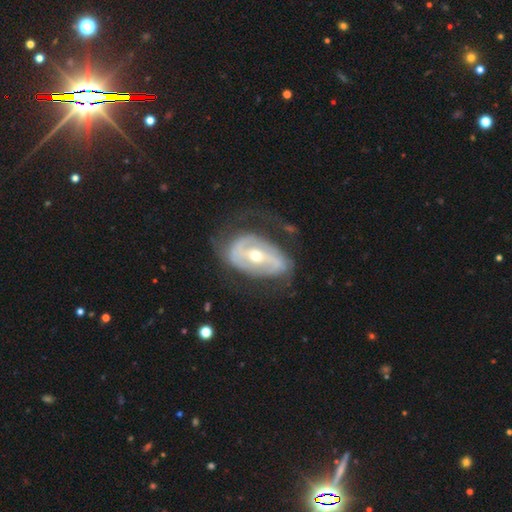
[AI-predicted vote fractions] smooth_or_featured: featured or disk (p=0.82) [alt: smooth p=0.12]
disk_edge_on: no (p=0.94) [alt: yes p=0.06]
bar: strong (p=0.43) [alt: weak p=0.34]
has_spiral_arms: yes (p=0.80) [alt: no p=0.20]
spiral_winding: tight (p=0.40) [alt: medium p=0.37]
spiral_arm_count: 2 (p=0.61) [alt: can't tell p=0.22]
bulge_size: moderate (p=0.53) [alt: small p=0.43]
merging: none (p=0.53) [alt: minor disturbance p=0.23]